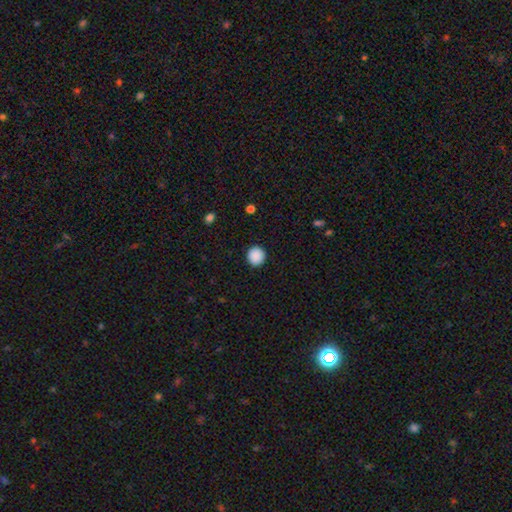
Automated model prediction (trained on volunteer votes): Smooth or featured? Predicted: smooth (p=0.89). How rounded? Predicted: round (p=0.92). Merging? Predicted: none (p=0.92).